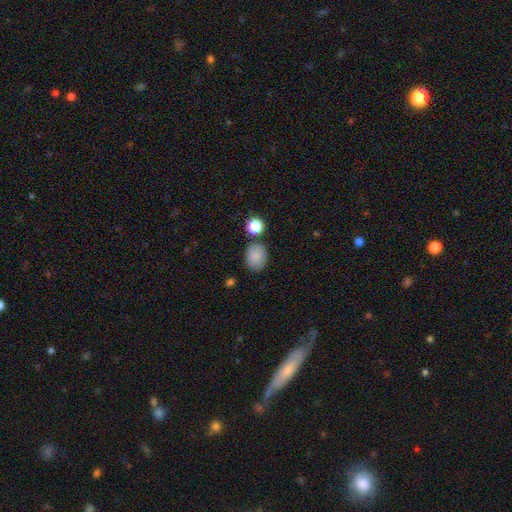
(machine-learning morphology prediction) Overall: smooth (85%). How rounded: in between (55%; round 44%). Merging: none (77%).